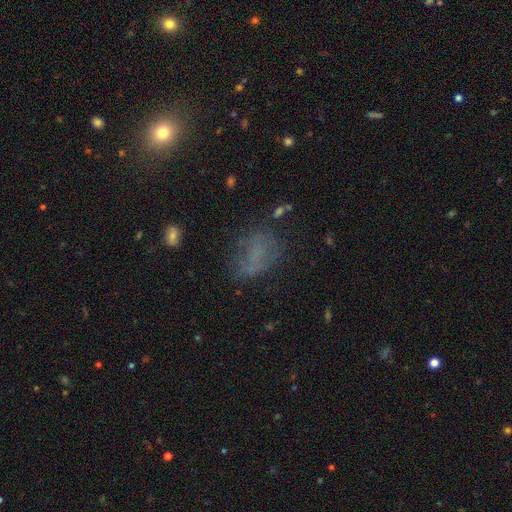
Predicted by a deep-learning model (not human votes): smooth-or-featured: smooth: 54% | star or artifact: 24% | featured or disk: 22%
  how-rounded: in between: 77% | round: 20% | cigar-shaped: 3%
  merging: none: 55% | minor disturbance: 22% | major disturbance: 19% | merger: 4%